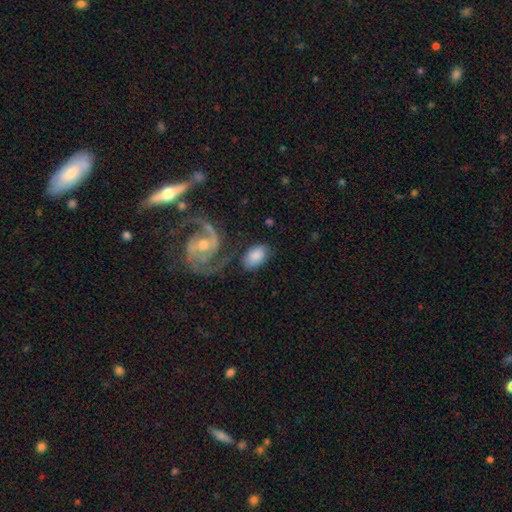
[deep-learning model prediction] This is likely a smooth galaxy (71%). How rounded: clearly in between (89%). Merging: likely none (60%).